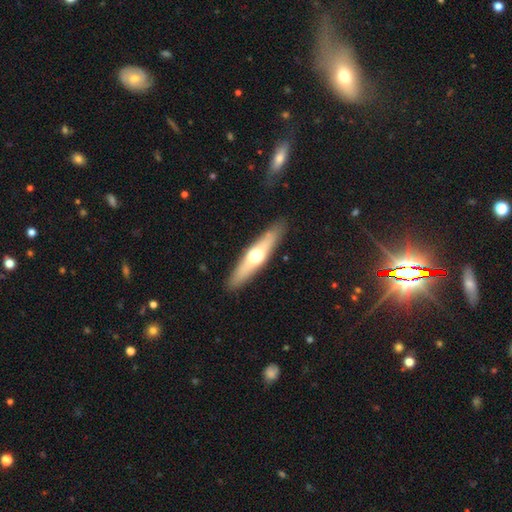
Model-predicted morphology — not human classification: smooth_or_featured: featured or disk (p=0.50) [alt: smooth p=0.45]
disk_edge_on: yes (p=0.89) [alt: no p=0.11]
merging: none (p=0.89) [alt: minor disturbance p=0.08]